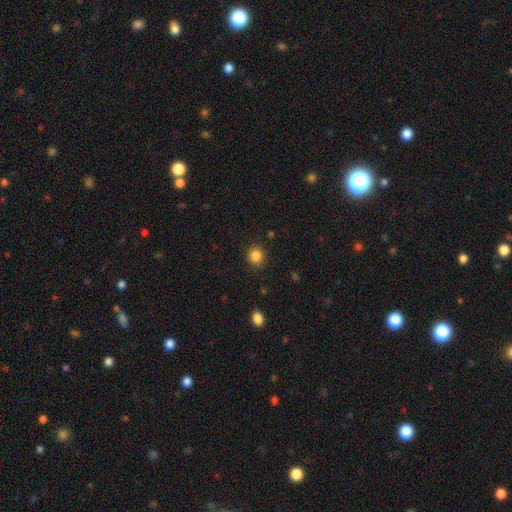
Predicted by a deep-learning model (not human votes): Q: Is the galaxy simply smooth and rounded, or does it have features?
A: smooth — 86%.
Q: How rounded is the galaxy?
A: round — 85%.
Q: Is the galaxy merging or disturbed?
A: none — 89%.